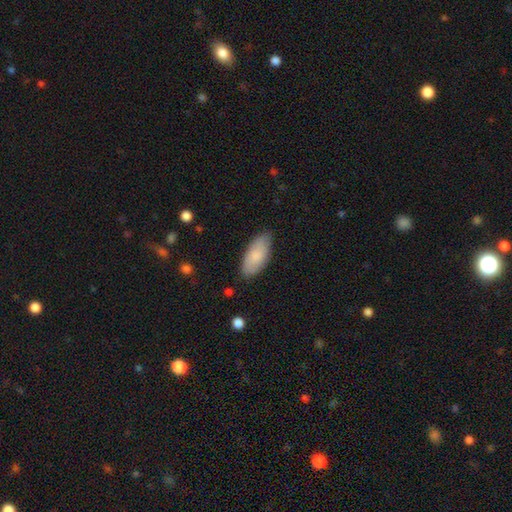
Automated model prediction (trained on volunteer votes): smooth 81%, featured or disk 14%, star or artifact 6%. Down the decision tree: how rounded — in between (88%); merging — none (81%).